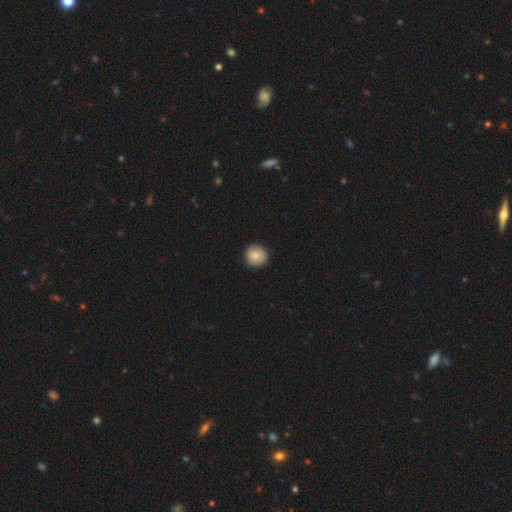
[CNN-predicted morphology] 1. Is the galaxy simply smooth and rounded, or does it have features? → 84% smooth, 8% featured or disk, 8% star or artifact.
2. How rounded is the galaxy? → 91% round, 8% in between, 1% cigar-shaped.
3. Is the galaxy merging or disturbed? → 91% none, 7% minor disturbance, 2% major disturbance, 1% merger.